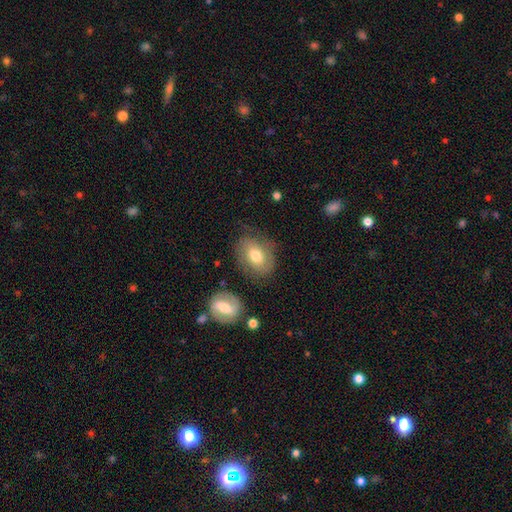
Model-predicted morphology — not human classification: type=smooth (54%); roundness=in between (64%); merging=none (68%).